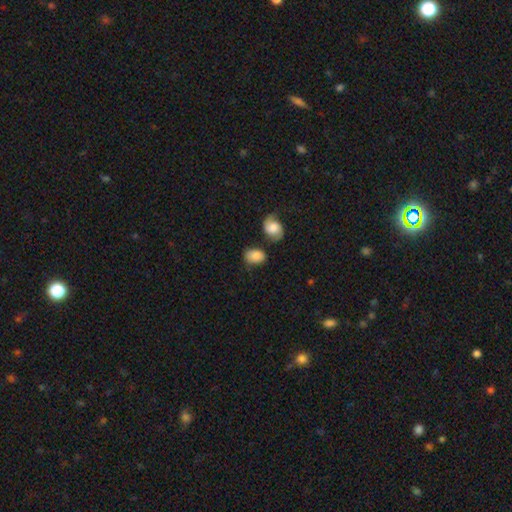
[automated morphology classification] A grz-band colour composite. It shows a smooth galaxy with no disk features (79%) that is in between round and cigar-shaped (80%). Merging: none (63%).